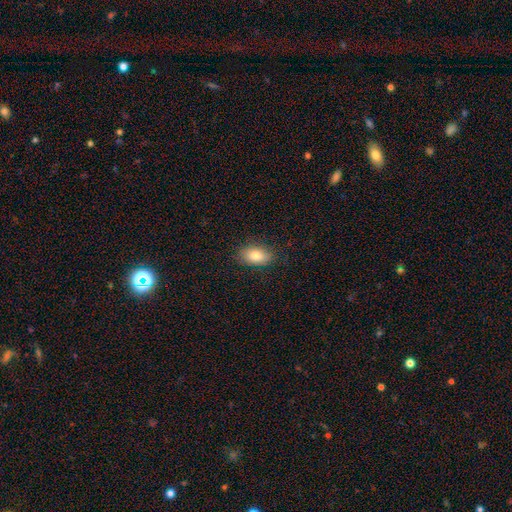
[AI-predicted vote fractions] The model was most divided on "smooth or featured": smooth: 82%, featured or disk: 10%, star or artifact: 8%. More confident: how rounded — in between (88%); merging — none (85%).